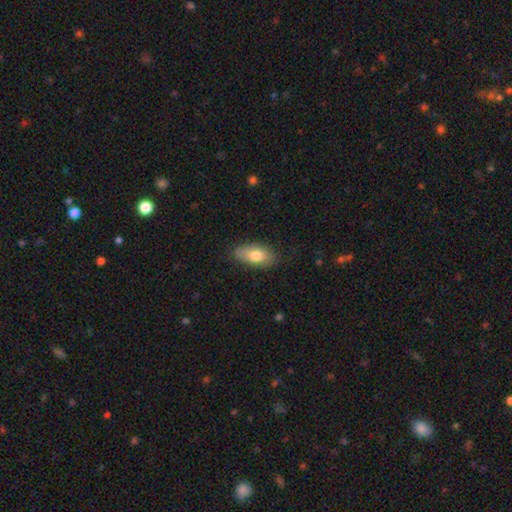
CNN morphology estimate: A smooth galaxy with no disk features (76%) that is in between round and cigar-shaped (87%).

Vote fractions:
- Smooth or featured? smooth: 76% / featured or disk: 17% / star or artifact: 7%
- How rounded? in between: 87% / cigar-shaped: 8% / round: 5%
- Merging? none: 82% / minor disturbance: 14% / major disturbance: 3% / merger: 1%